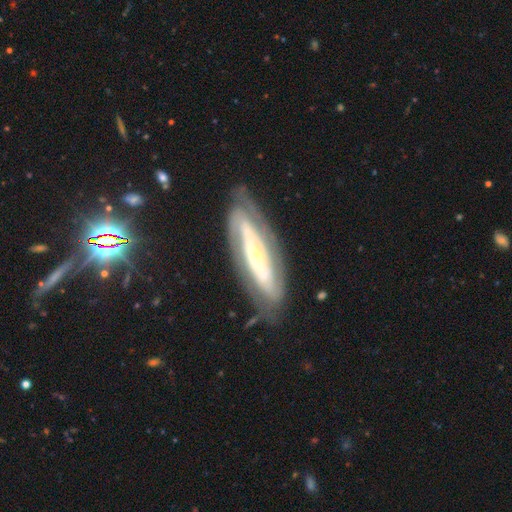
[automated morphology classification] Smooth or featured: featured or disk — 80% (smooth — 14%)
Edge-on disk: no — 80% (yes — 20%)
Bar: no — 50% (strong — 29%)
Spiral arms: yes — 83% (no — 17%)
Spiral winding: tight — 66% (medium — 25%)
Spiral arm count: 2 — 43% (can't tell — 41%)
Bulge size: small — 64% (moderate — 28%)
Merging: none — 75% (minor disturbance — 16%)